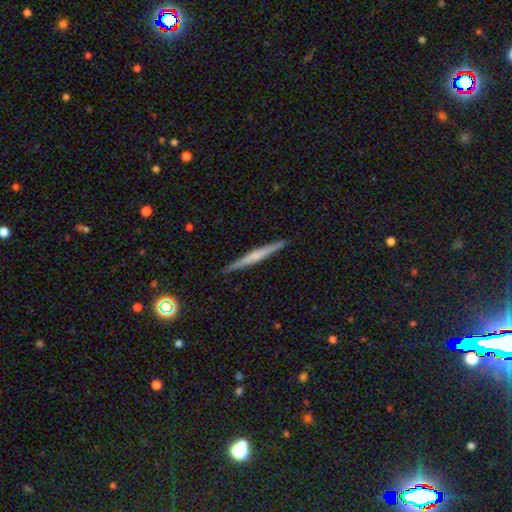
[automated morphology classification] featured or disk 57%, smooth 38%, star or artifact 6%. Down the decision tree: edge-on disk — yes (98%); edge-on bulge — none (46%); merging — none (91%).